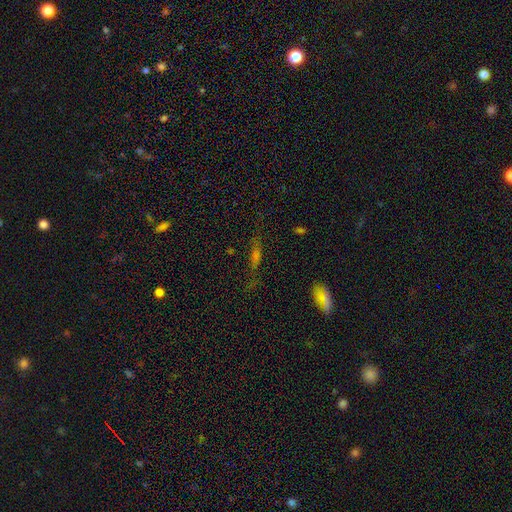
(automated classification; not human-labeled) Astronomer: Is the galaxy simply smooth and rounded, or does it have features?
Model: smooth — 40% (runner-up: featured or disk, 35%).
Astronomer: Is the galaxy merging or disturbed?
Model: none — 70%.